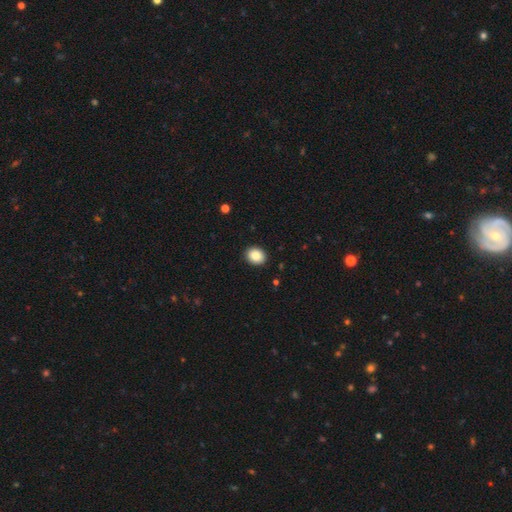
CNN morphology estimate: The model was most divided on "how rounded": round: 59%, in between: 41%, cigar-shaped: 1%. More confident: merging — none (92%); smooth or featured — smooth (87%).